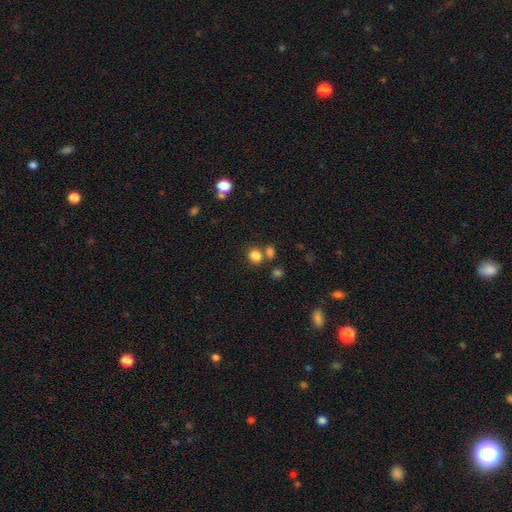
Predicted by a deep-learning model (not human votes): Morphology: type=smooth (82%); roundness=round (76%); merging=none (66%).